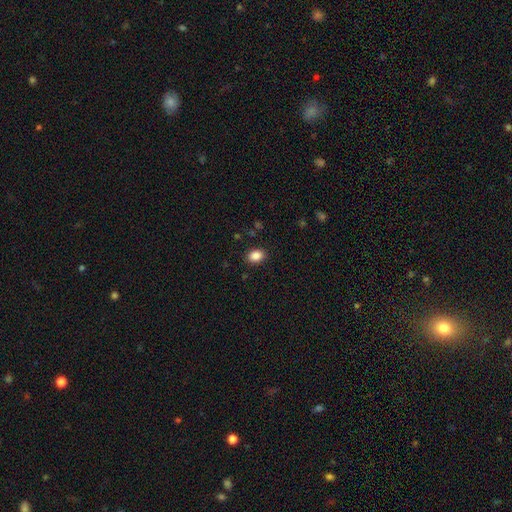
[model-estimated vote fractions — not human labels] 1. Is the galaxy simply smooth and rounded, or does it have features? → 88% smooth, 9% star or artifact, 3% featured or disk.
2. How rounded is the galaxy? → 75% in between, 24% round, 1% cigar-shaped.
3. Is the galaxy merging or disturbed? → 88% none, 9% minor disturbance, 2% major disturbance, 1% merger.